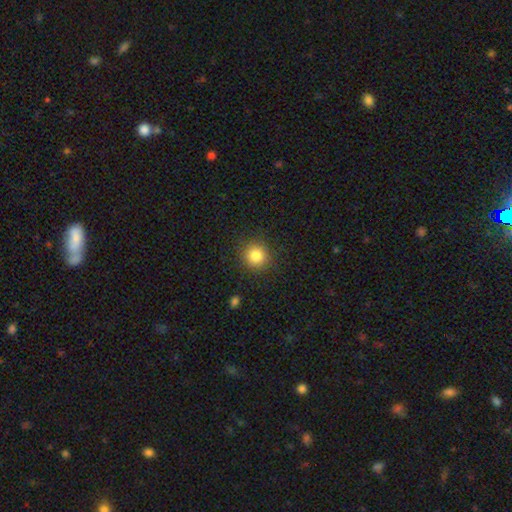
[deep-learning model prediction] A smooth galaxy with no disk features (83%) that is round (93%).

Vote fractions:
- Smooth or featured? smooth: 83% / star or artifact: 11% / featured or disk: 6%
- How rounded? round: 93% / in between: 7% / cigar-shaped: 1%
- Merging? none: 89% / minor disturbance: 7% / major disturbance: 2% / merger: 1%